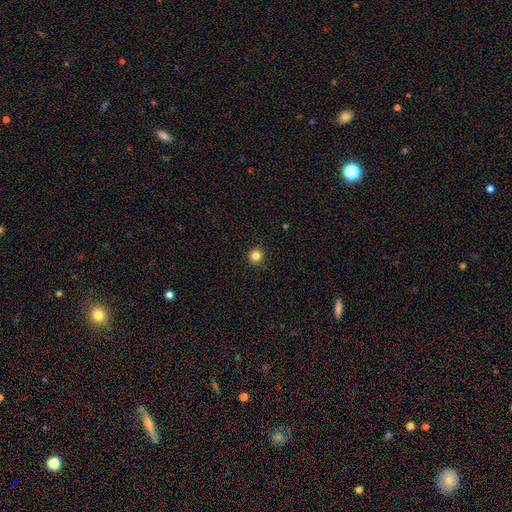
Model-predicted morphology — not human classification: Smooth or featured: smooth — 82% (star or artifact — 13%)
How rounded: round — 96% (in between — 3%)
Merging: none — 93% (minor disturbance — 4%)